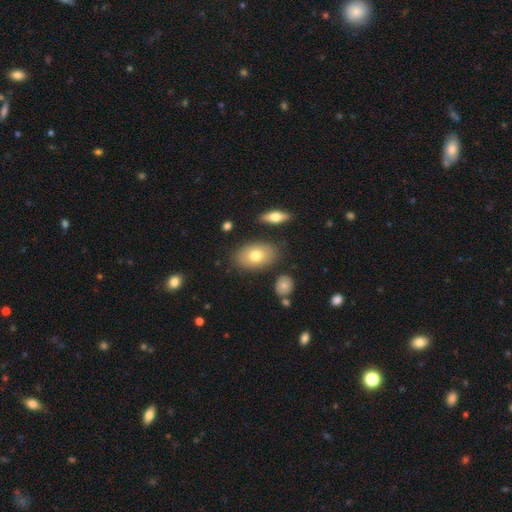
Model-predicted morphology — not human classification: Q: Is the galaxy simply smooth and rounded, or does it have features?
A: smooth — 74%.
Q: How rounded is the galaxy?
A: in between — 89%.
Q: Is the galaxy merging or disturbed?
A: none — 82%.